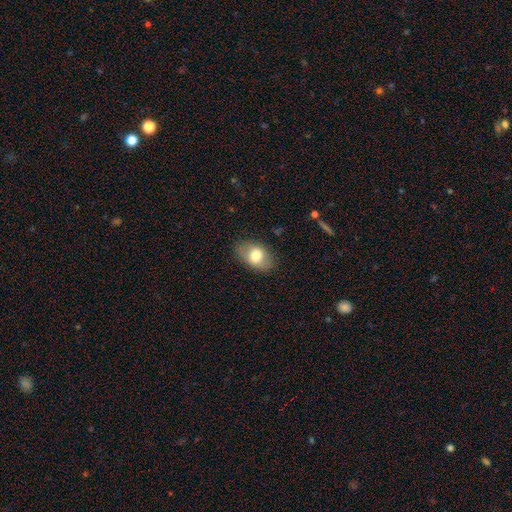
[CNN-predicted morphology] Smooth or featured? smooth (73%)
How rounded? in between (85%)
Merging? none (81%)